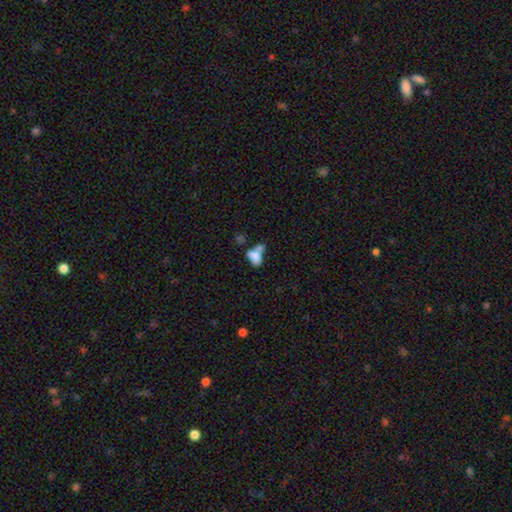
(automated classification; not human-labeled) Smooth or featured: smooth — 72% (featured or disk — 18%)
How rounded: in between — 85% (round — 11%)
Merging: merger — 51% (none — 24%)